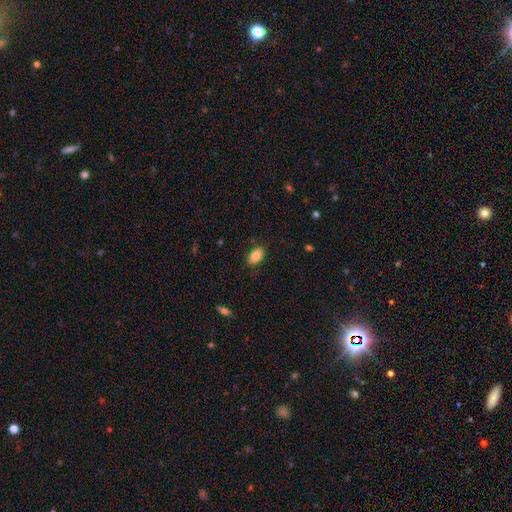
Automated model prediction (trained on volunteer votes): smooth-or-featured: smooth: 83% | featured or disk: 9% | star or artifact: 8%
  how-rounded: in between: 91% | round: 7% | cigar-shaped: 2%
  merging: none: 86% | minor disturbance: 10% | major disturbance: 2% | merger: 1%